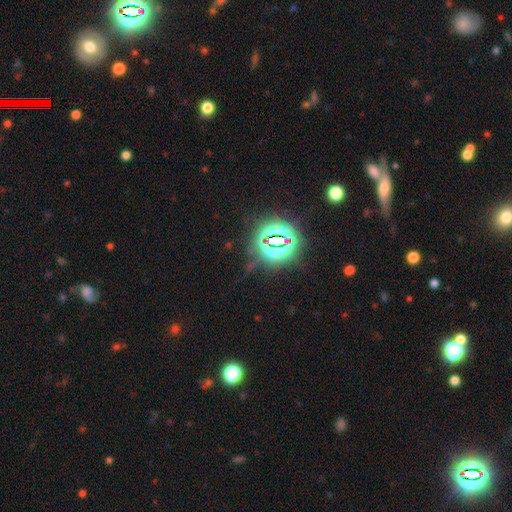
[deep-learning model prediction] smooth_or_featured: star or artifact (p=0.79) [alt: smooth p=0.13]